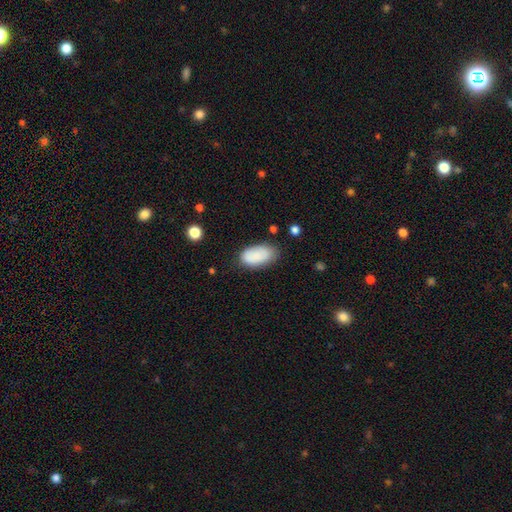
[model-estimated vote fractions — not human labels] Smooth or featured? smooth (87%)
How rounded? in between (95%)
Merging? none (73%)